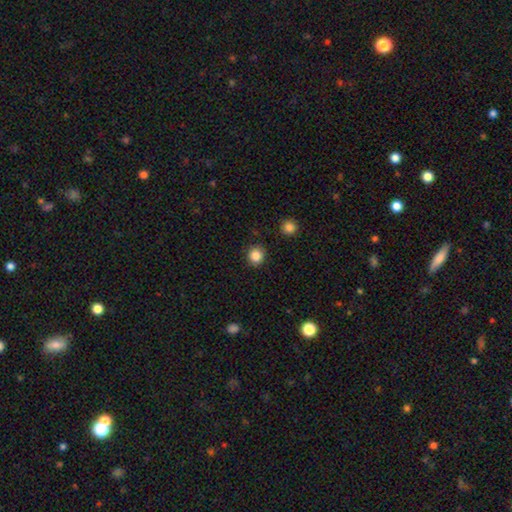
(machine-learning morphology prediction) This appears to be a smooth galaxy with no disk features (86%) that is round (91%). Merging: none (90%).